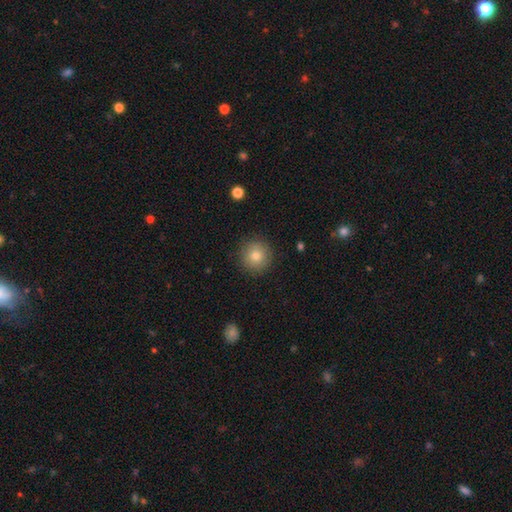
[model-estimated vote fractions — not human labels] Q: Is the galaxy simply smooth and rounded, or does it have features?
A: smooth — 79%.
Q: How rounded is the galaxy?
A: round — 95%.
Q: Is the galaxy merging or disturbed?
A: none — 90%.